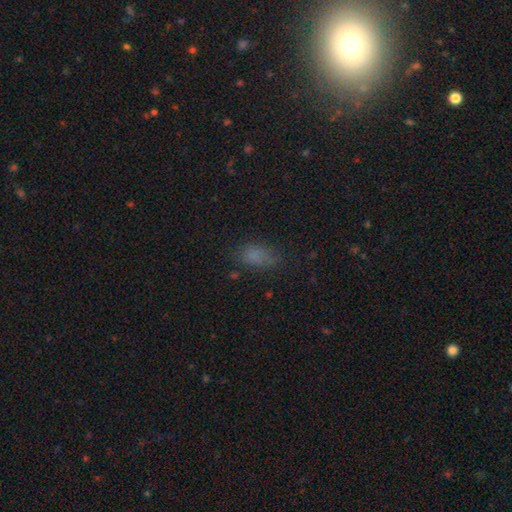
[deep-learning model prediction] The model was most divided on "merging": none: 64%, minor disturbance: 24%, major disturbance: 10%, merger: 2%. More confident: how rounded — in between (86%); smooth or featured — smooth (76%).